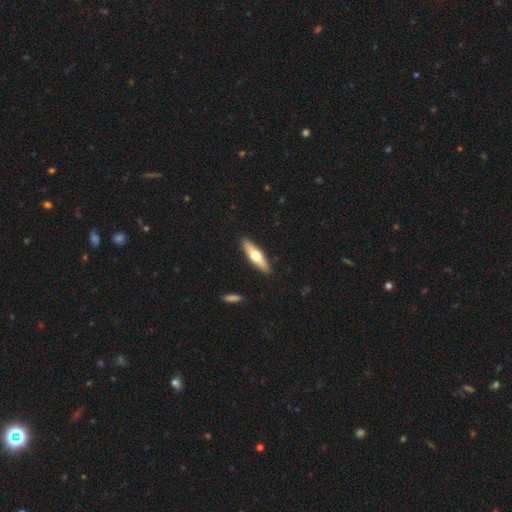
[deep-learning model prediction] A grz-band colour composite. It shows a featured or disk galaxy (48%). Merging: none (90%).